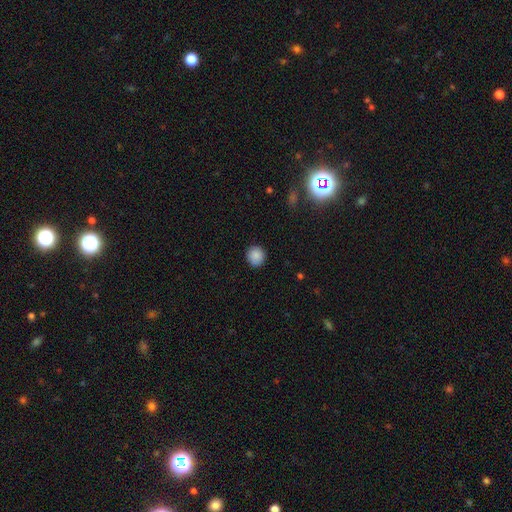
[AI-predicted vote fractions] Smooth or featured? Predicted: smooth (p=0.87). How rounded? Predicted: round (p=0.91). Merging? Predicted: none (p=0.91).